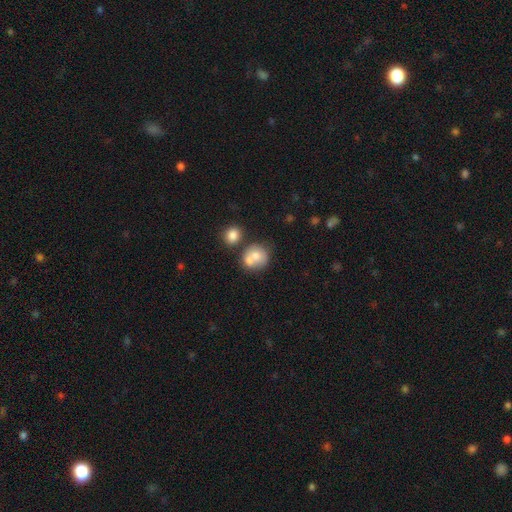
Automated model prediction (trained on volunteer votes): Overall: smooth (68%). How rounded: round (80%). Merging: merger (47%; none 37%).